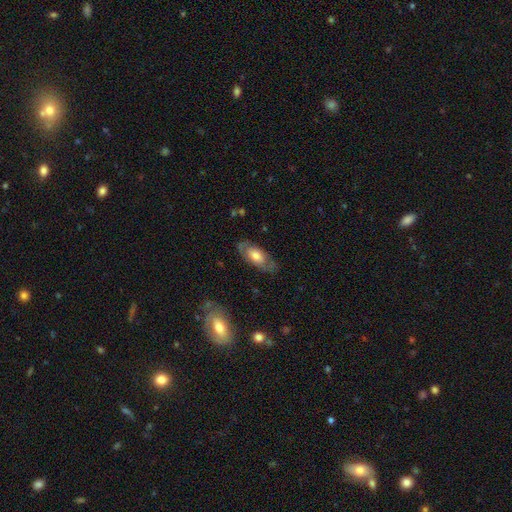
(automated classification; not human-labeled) smooth 48%, featured or disk 46%, star or artifact 6%. Down the decision tree: merging — none (77%).